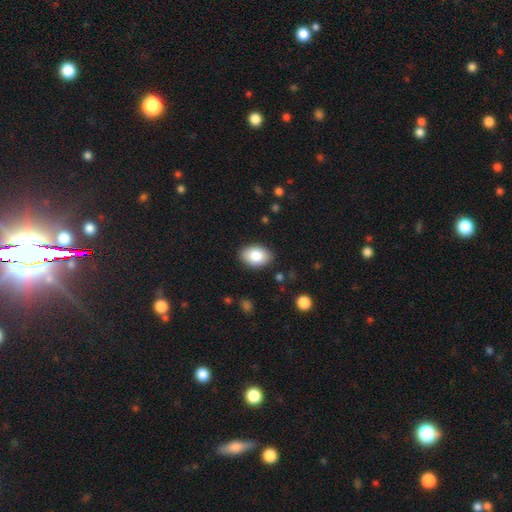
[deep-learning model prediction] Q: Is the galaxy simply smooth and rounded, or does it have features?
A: smooth — 84%.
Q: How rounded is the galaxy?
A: in between — 87%.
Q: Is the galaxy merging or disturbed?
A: none — 87%.